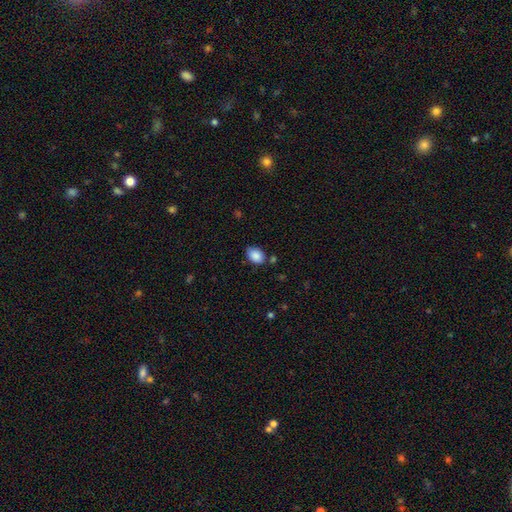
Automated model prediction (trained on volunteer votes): This is clearly a smooth galaxy (88%). How rounded: likely in between (80%). Merging: likely none (70%).